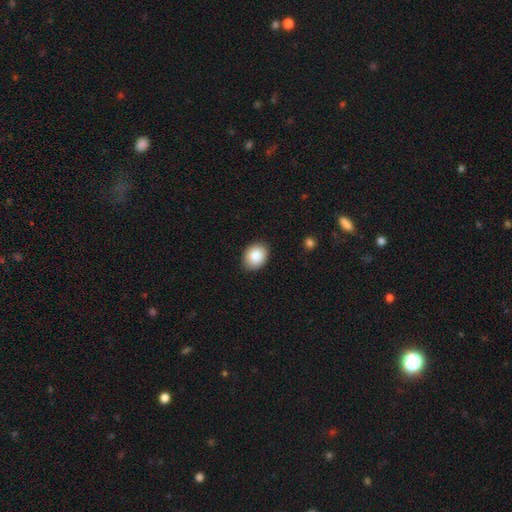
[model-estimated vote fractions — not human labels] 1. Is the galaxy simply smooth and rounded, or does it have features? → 88% smooth, 7% star or artifact, 5% featured or disk.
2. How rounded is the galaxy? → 63% in between, 36% round, 1% cigar-shaped.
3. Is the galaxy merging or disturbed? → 88% none, 9% minor disturbance, 2% major disturbance, 1% merger.